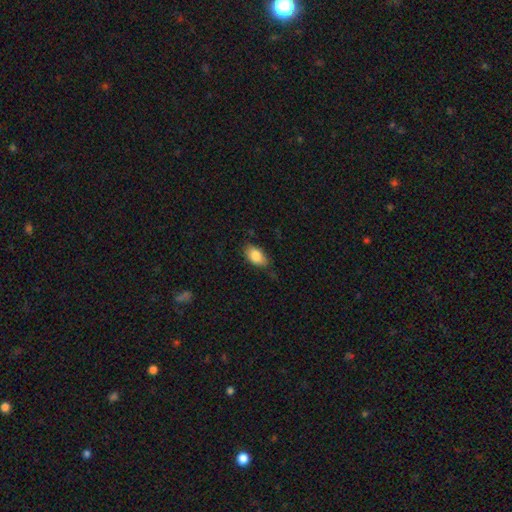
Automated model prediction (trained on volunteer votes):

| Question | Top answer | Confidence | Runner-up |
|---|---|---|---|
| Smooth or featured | smooth | 84% | featured or disk (8%) |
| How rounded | in between | 90% | round (7%) |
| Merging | none | 70% | minor disturbance (24%) |